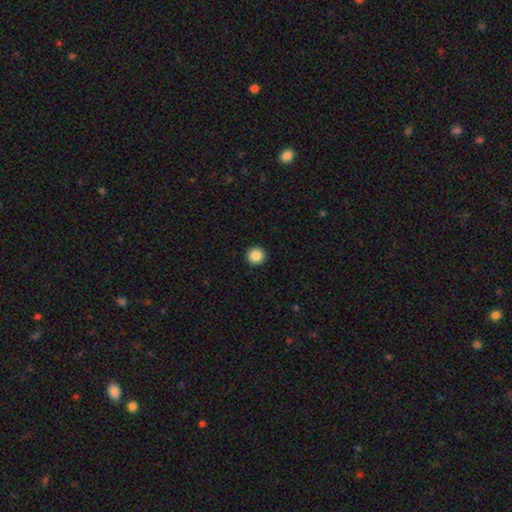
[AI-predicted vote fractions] This is clearly a smooth galaxy (87%). How rounded: clearly round (96%). Merging: clearly none (94%).